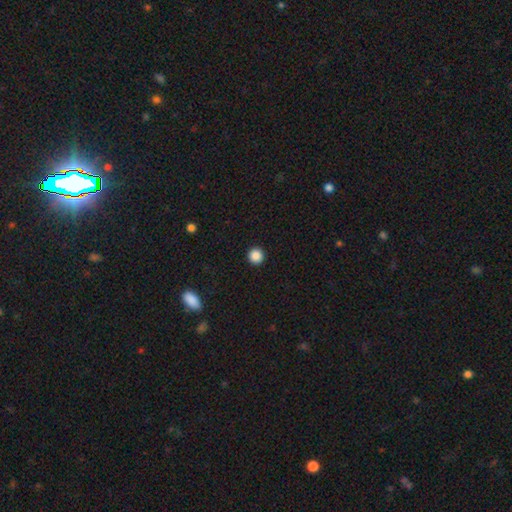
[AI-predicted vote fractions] smooth 88%, star or artifact 10%, featured or disk 3%. Down the decision tree: how rounded — round (95%); merging — none (94%).